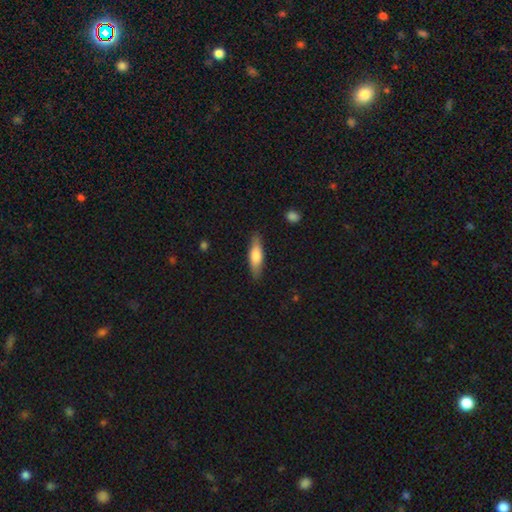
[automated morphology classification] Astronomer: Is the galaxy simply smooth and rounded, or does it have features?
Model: smooth — 70%.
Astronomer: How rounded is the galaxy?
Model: cigar-shaped — 58% (runner-up: in between, 40%).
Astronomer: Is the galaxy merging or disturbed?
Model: none — 85%.